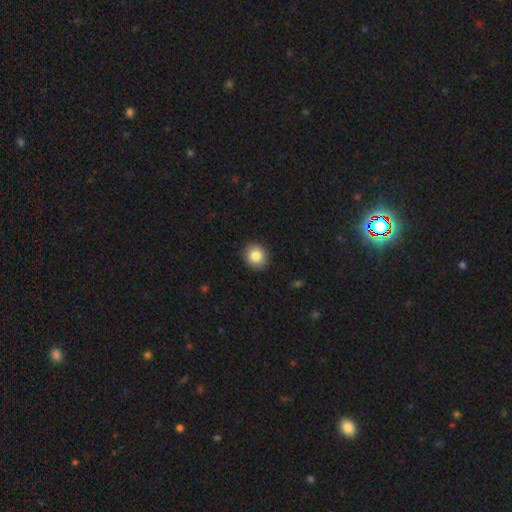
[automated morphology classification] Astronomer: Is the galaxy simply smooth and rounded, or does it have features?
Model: smooth — 84%.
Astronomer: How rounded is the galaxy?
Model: round — 75%.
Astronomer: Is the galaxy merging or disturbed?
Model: none — 91%.